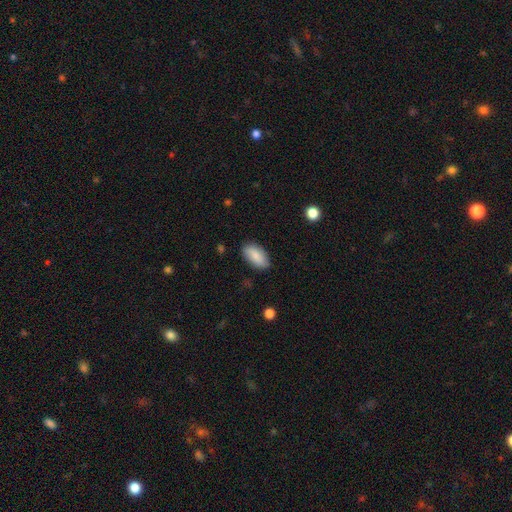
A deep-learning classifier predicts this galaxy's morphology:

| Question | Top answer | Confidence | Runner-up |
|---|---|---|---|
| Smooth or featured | smooth | 82% | featured or disk (12%) |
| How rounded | in between | 92% | cigar-shaped (5%) |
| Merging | none | 84% | minor disturbance (13%) |